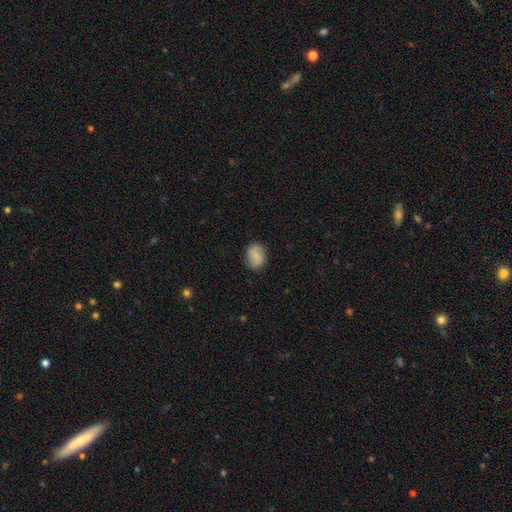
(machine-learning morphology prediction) Smooth or featured?
  - smooth: 70% *
  - featured or disk: 22%
  - star or artifact: 8%
How rounded?
  - in between: 67% *
  - round: 32%
  - cigar-shaped: 1%
Merging?
  - none: 80% *
  - minor disturbance: 15%
  - major disturbance: 4%
  - merger: 1%